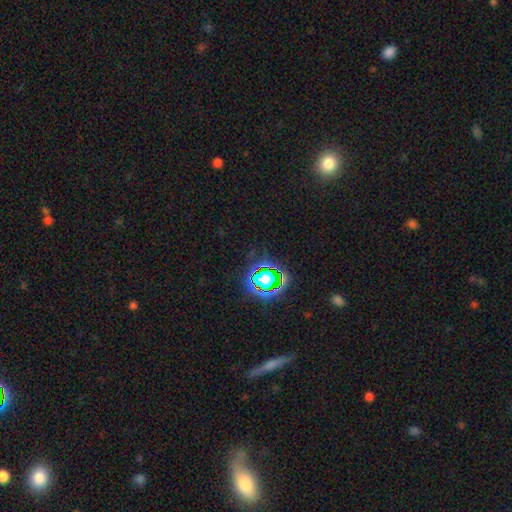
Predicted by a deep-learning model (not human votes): A star or artifact, not a galaxy (72%).

Vote fractions:
- Smooth or featured? star or artifact: 72% / smooth: 18% / featured or disk: 10%